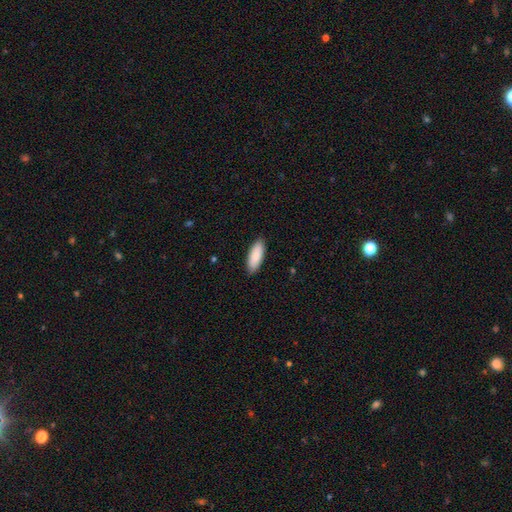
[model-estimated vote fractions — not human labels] smooth-or-featured: smooth: 88% | featured or disk: 7% | star or artifact: 5%
  how-rounded: in between: 69% | cigar-shaped: 29% | round: 1%
  merging: none: 89% | minor disturbance: 9% | major disturbance: 2% | merger: 1%